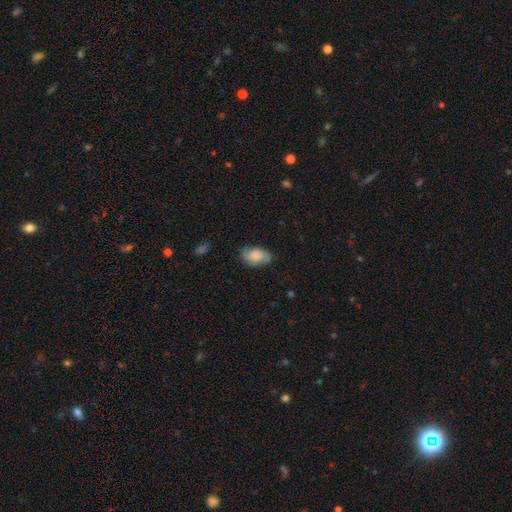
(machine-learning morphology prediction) A smooth galaxy with no disk features (64%) that is in between round and cigar-shaped (90%). Merging: none (72%).